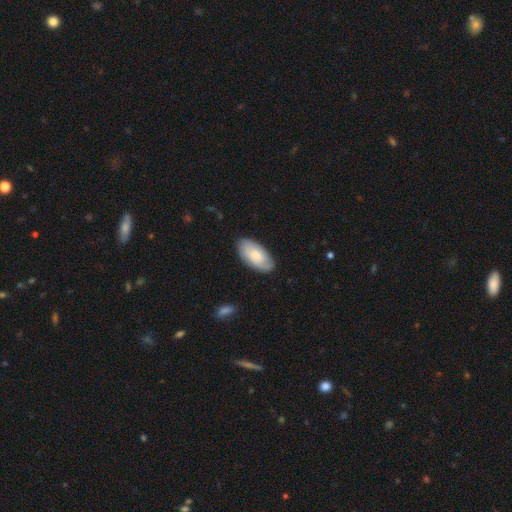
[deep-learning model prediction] Smooth or featured?
  - smooth: 66% *
  - featured or disk: 28%
  - star or artifact: 6%
How rounded?
  - in between: 94% *
  - cigar-shaped: 4%
  - round: 2%
Merging?
  - none: 83% *
  - minor disturbance: 14%
  - major disturbance: 3%
  - merger: 1%